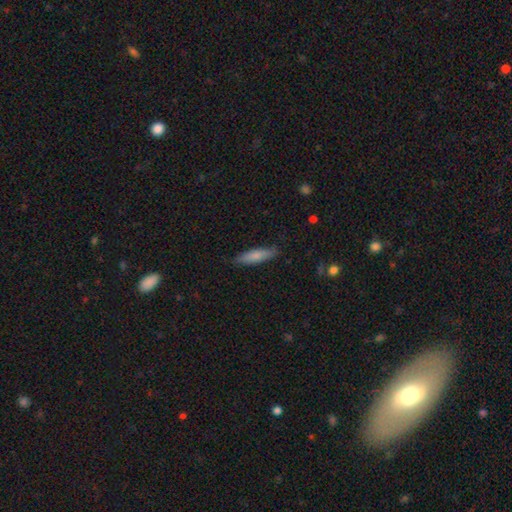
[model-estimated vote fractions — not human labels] Smooth or featured?
  - smooth: 77% *
  - featured or disk: 17%
  - star or artifact: 6%
How rounded?
  - cigar-shaped: 74% *
  - in between: 25%
  - round: 2%
Merging?
  - none: 85% *
  - minor disturbance: 12%
  - major disturbance: 2%
  - merger: 1%